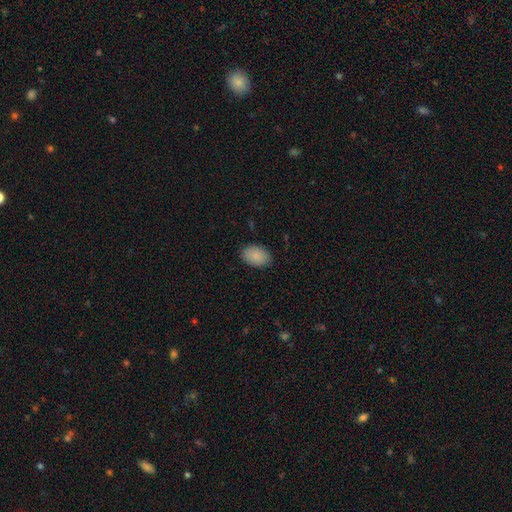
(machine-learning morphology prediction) Overall: smooth (88%). How rounded: in between (88%). Merging: none (87%).